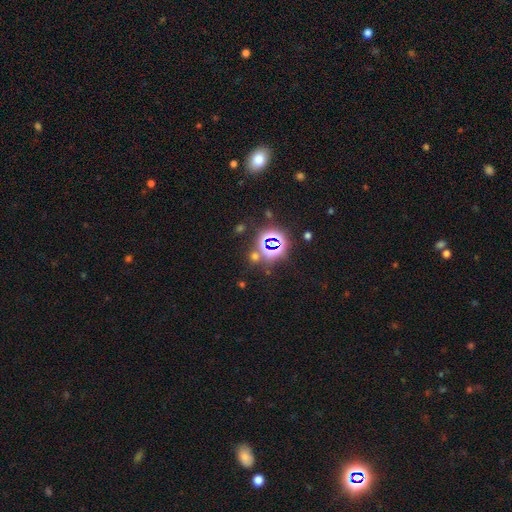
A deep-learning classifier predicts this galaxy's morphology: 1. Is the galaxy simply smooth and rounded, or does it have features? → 71% star or artifact, 21% smooth, 8% featured or disk.